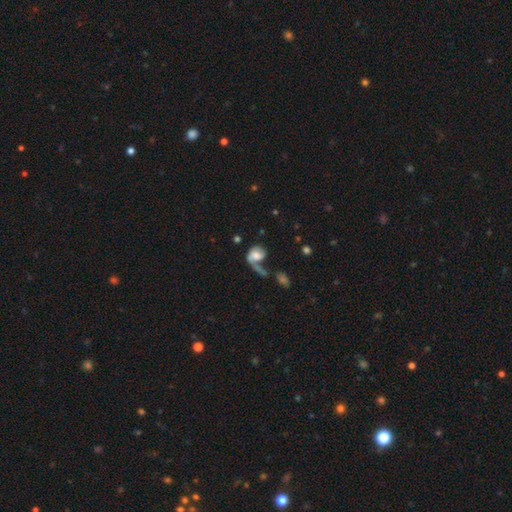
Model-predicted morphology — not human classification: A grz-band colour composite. It shows a smooth galaxy with no disk features (49%). Merging: major disturbance (33%).